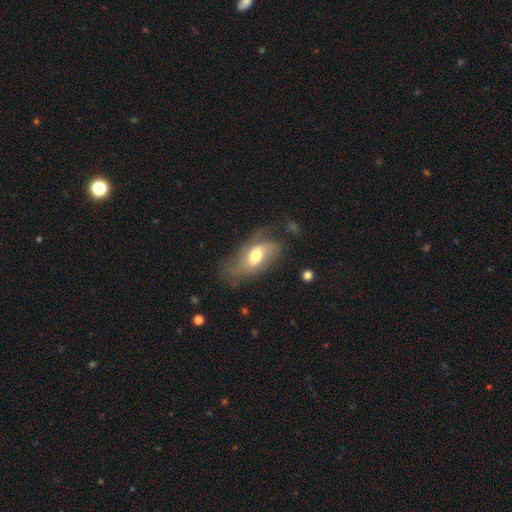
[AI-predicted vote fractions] This appears to be a featured or disk galaxy (51%). Merging: none (52%).